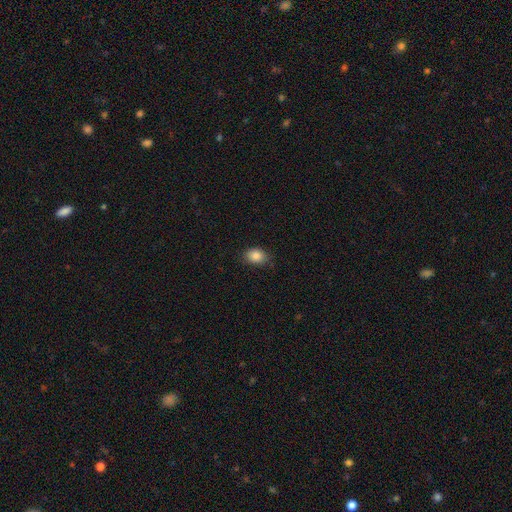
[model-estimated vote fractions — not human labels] Q: Smooth or featured?
A: smooth (87%); runner-up: star or artifact (9%)
Q: How rounded?
A: in between (66%); runner-up: round (33%)
Q: Merging?
A: none (80%); runner-up: minor disturbance (16%)